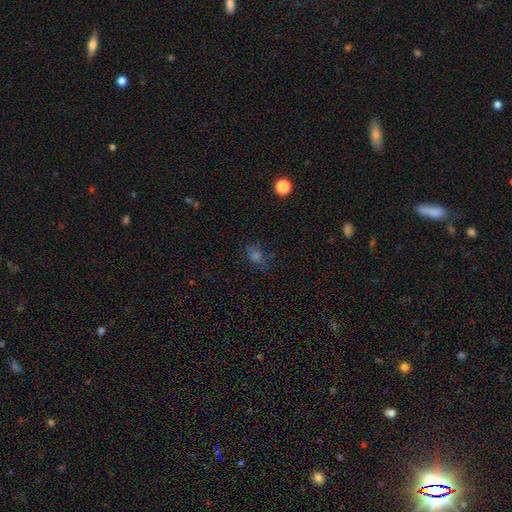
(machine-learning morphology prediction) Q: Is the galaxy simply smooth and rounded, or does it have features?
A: smooth — 50%.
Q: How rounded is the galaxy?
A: in between — 57%.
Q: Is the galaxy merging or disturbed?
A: none — 74%.